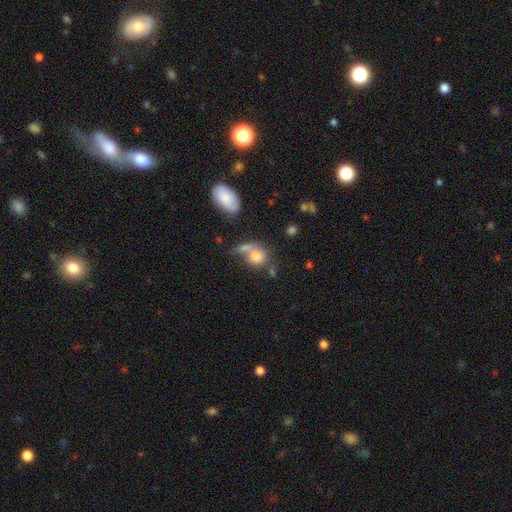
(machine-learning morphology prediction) smooth-or-featured: smooth: 79% | featured or disk: 12% | star or artifact: 10%
  how-rounded: round: 62% | in between: 36% | cigar-shaped: 2%
  merging: merger: 40% | none: 38% | minor disturbance: 13% | major disturbance: 9%